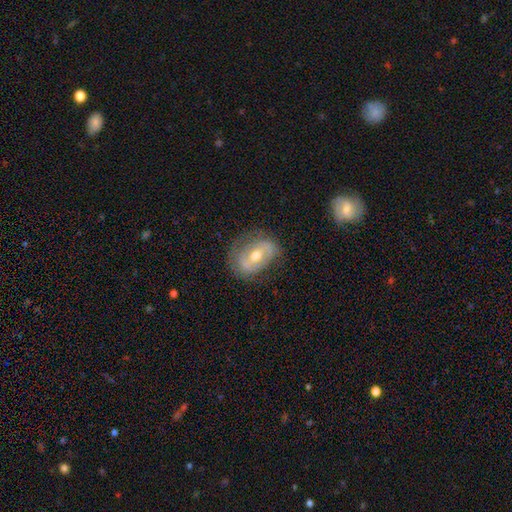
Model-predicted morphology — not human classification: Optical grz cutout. It shows a featured or disk galaxy (68%) with a weak bar (40%), spiral arms (70%) and a moderate central bulge (70%). Merging: none (67%).